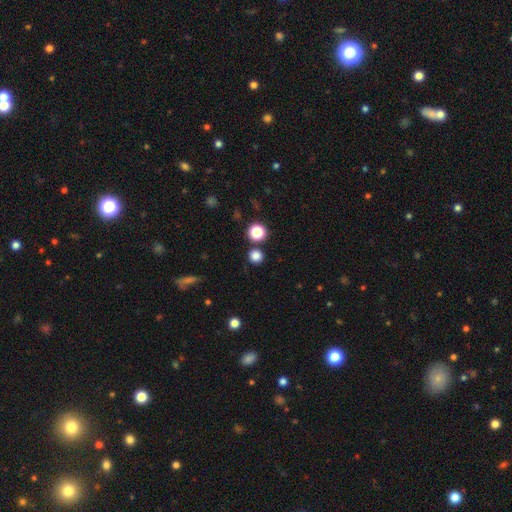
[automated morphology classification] Q: Smooth or featured?
A: smooth (81%); runner-up: star or artifact (15%)
Q: How rounded?
A: round (93%); runner-up: in between (6%)
Q: Merging?
A: none (84%); runner-up: merger (7%)